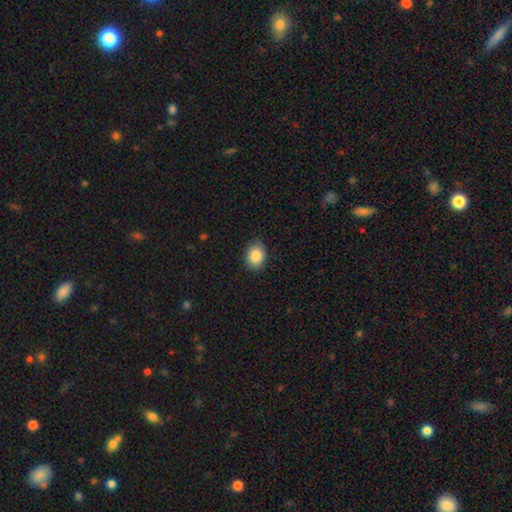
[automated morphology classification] Smooth or featured?
  - smooth: 88% *
  - star or artifact: 8%
  - featured or disk: 4%
How rounded?
  - in between: 58% *
  - round: 41%
  - cigar-shaped: 1%
Merging?
  - none: 86% *
  - minor disturbance: 10%
  - major disturbance: 2%
  - merger: 1%